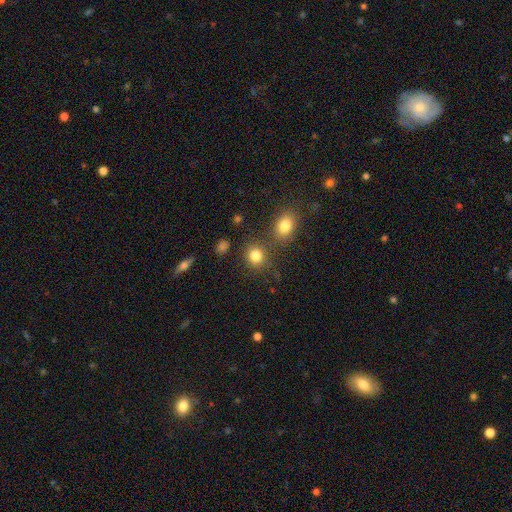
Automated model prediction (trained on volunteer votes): smooth-or-featured: smooth: 83% | star or artifact: 12% | featured or disk: 5%
  how-rounded: round: 78% | in between: 21% | cigar-shaped: 1%
  merging: none: 73% | merger: 14% | minor disturbance: 9% | major disturbance: 4%